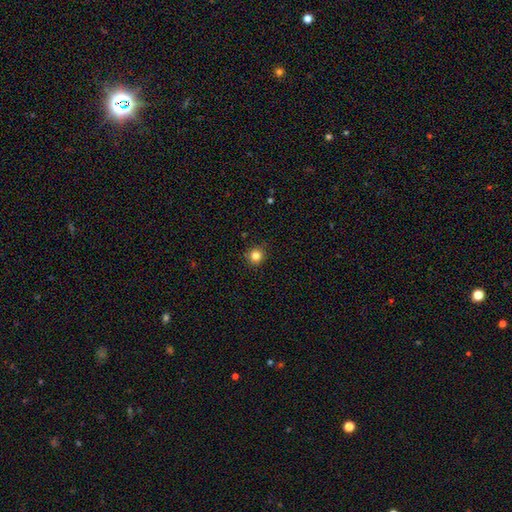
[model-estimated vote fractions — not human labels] smooth_or_featured: smooth (p=0.83) [alt: star or artifact p=0.12]
how_rounded: round (p=0.91) [alt: in between p=0.08]
merging: none (p=0.90) [alt: minor disturbance p=0.07]